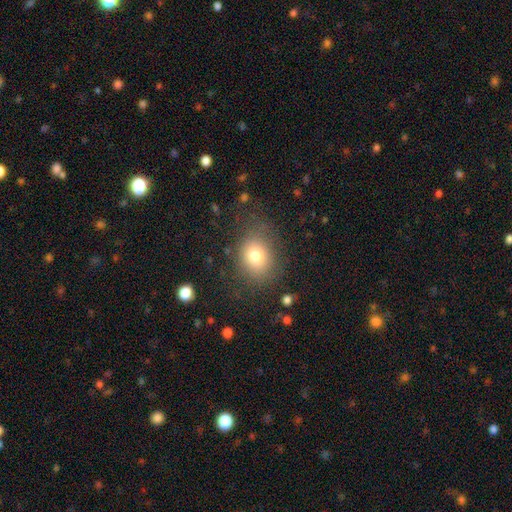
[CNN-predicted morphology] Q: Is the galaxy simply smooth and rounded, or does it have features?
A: smooth — 77%.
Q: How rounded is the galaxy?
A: round — 56%.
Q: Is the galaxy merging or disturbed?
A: none — 73%.